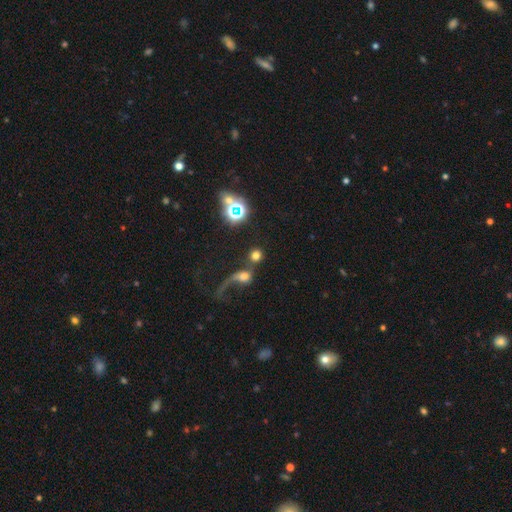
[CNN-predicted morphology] Smooth or featured? Predicted: smooth (p=0.63). How rounded? Predicted: round (p=0.82). Merging? Predicted: none (p=0.37).